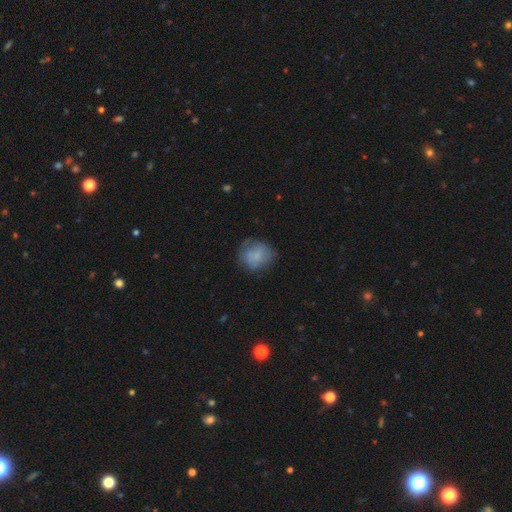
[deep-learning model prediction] The model was most divided on "merging": none: 65%, minor disturbance: 24%, major disturbance: 10%, merger: 2%. More confident: how rounded — round (77%); smooth or featured — smooth (74%).